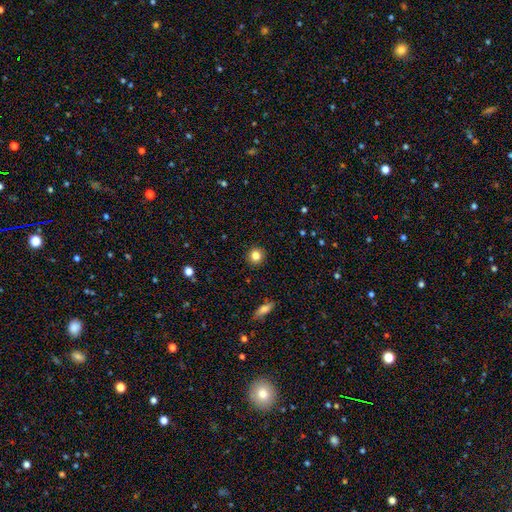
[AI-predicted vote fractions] Smooth or featured? Predicted: smooth (p=0.84). How rounded? Predicted: round (p=0.92). Merging? Predicted: none (p=0.92).